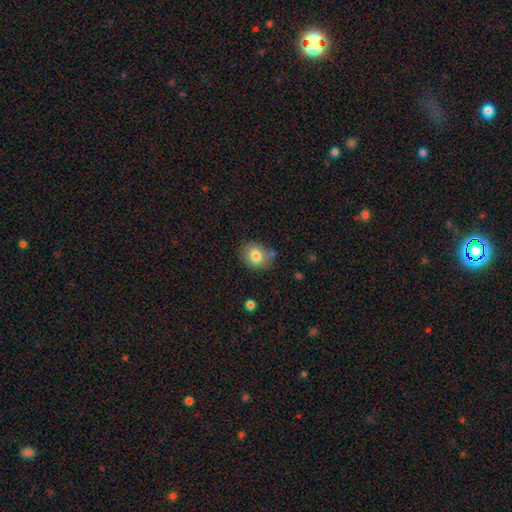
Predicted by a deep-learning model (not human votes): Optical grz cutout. It shows a smooth galaxy with no disk features (80%) that is round (65%). Merging: none (74%).